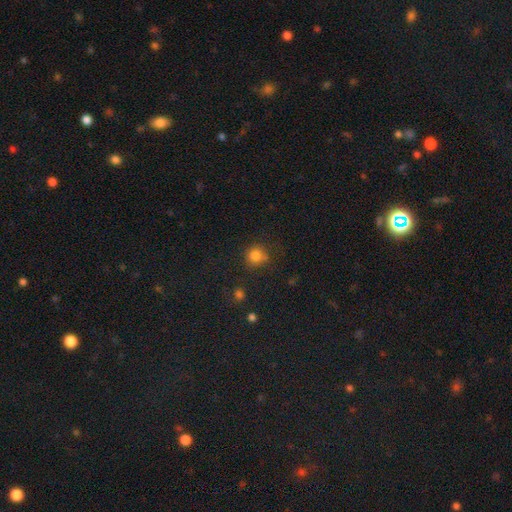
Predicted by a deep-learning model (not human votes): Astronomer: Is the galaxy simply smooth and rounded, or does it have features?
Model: smooth — 80%.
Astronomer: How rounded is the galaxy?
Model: round — 86%.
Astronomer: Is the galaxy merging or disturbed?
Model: none — 70%.